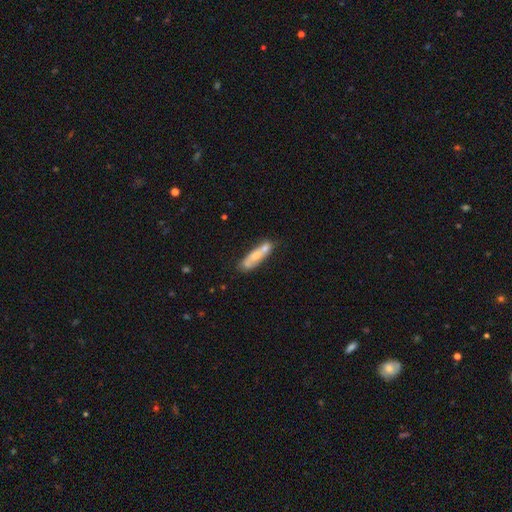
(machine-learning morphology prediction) Overall: smooth (54%; featured or disk 40%). How rounded: cigar-shaped (59%; in between 39%). Merging: none (41%; merger 37%).